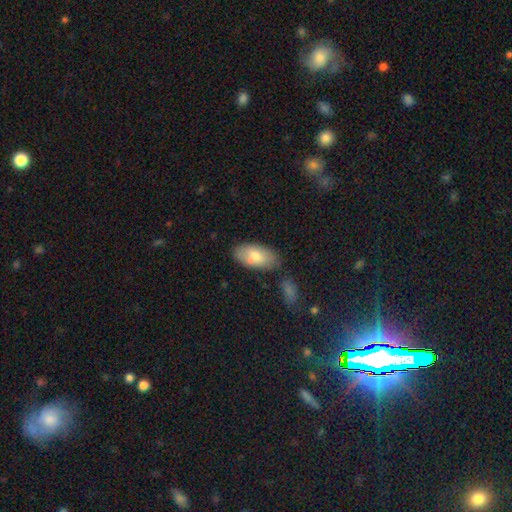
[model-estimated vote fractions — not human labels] Morphology: type=smooth (72%); roundness=in between (92%); merging=none (67%).